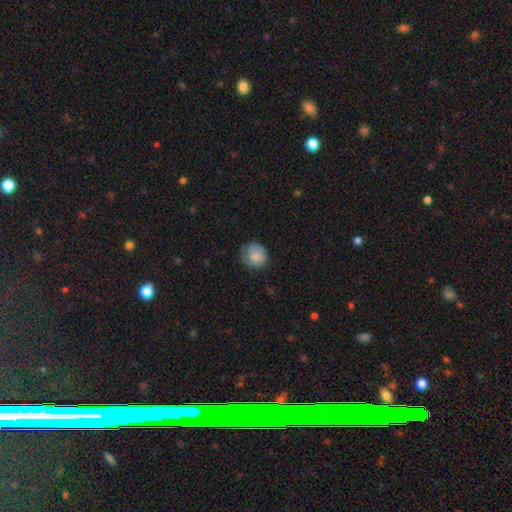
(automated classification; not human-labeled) Smooth or featured?
  - smooth: 77% *
  - featured or disk: 16%
  - star or artifact: 7%
How rounded?
  - round: 84% *
  - in between: 15%
  - cigar-shaped: 1%
Merging?
  - none: 63% *
  - minor disturbance: 26%
  - major disturbance: 9%
  - merger: 1%